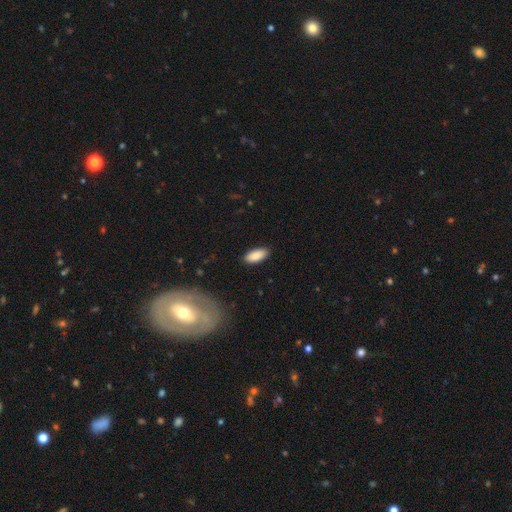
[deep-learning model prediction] A smooth galaxy with no disk features (88%) that is in between round and cigar-shaped (87%). Merging: none (87%).